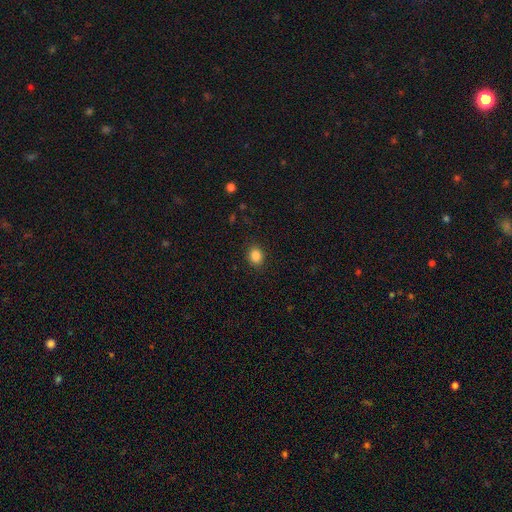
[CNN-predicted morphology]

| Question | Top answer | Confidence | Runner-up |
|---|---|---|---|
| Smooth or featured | smooth | 86% | star or artifact (10%) |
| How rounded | round | 62% | in between (37%) |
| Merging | none | 90% | minor disturbance (7%) |